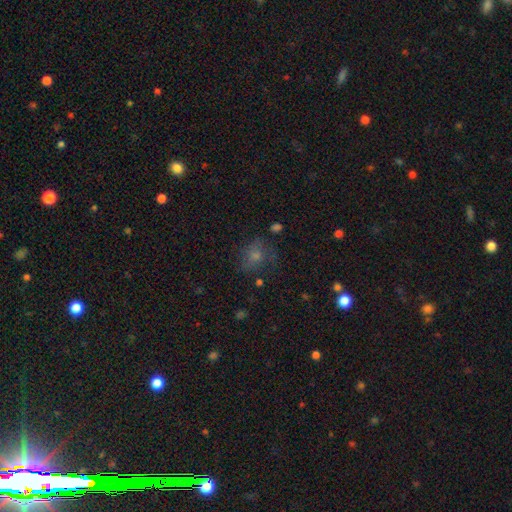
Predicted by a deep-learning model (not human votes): A smooth galaxy with no disk features (63%) that is round (59%).

Vote fractions:
- Smooth or featured? smooth: 63% / featured or disk: 19% / star or artifact: 18%
- How rounded? round: 59% / in between: 40% / cigar-shaped: 1%
- Merging? none: 58% / minor disturbance: 23% / major disturbance: 16% / merger: 3%